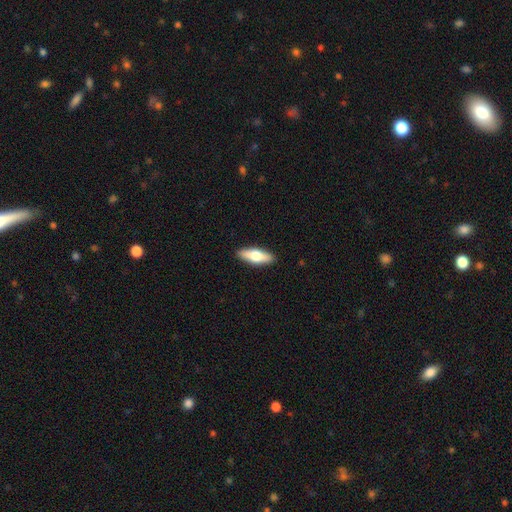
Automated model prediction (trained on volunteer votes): Overall: smooth (62%; featured or disk 33%). How rounded: in between (56%; cigar-shaped 41%). Merging: none (90%).